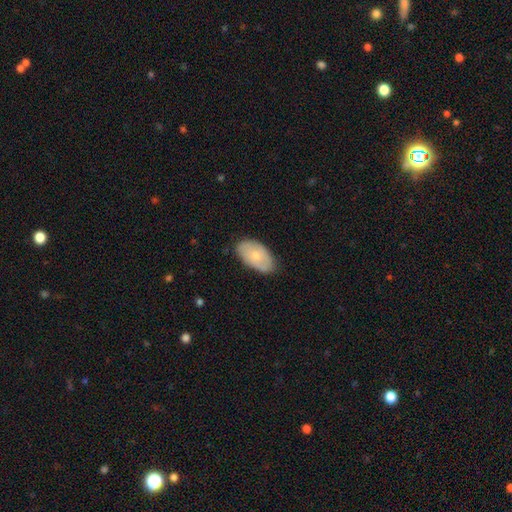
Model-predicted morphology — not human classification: smooth 68%, featured or disk 26%, star or artifact 6%. Down the decision tree: how rounded — in between (94%); merging — none (78%).